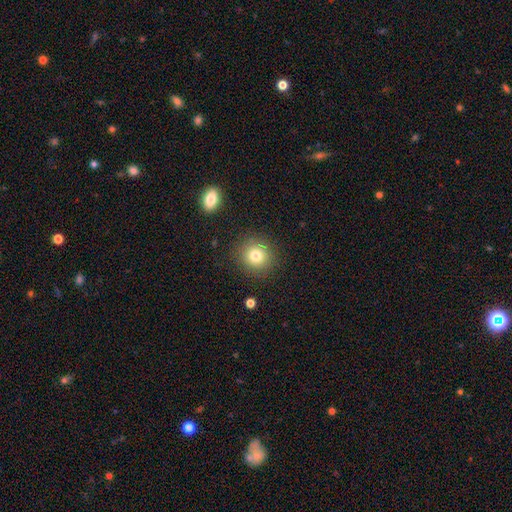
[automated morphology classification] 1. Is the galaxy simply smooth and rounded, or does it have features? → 79% smooth, 12% star or artifact, 9% featured or disk.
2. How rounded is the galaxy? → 90% round, 9% in between, 1% cigar-shaped.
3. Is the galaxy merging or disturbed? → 87% none, 8% minor disturbance, 3% major disturbance, 2% merger.